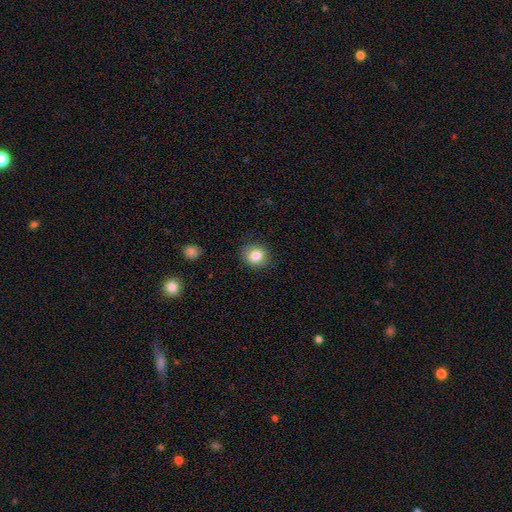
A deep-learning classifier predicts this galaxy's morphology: Q: Smooth or featured?
A: smooth (82%); runner-up: featured or disk (9%)
Q: How rounded?
A: round (69%); runner-up: in between (30%)
Q: Merging?
A: none (83%); runner-up: minor disturbance (12%)